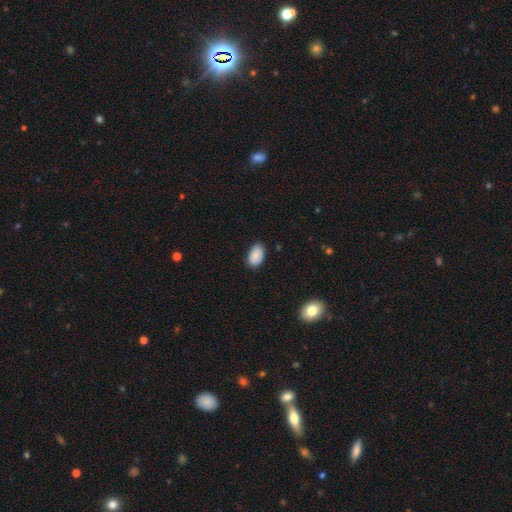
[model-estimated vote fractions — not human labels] A smooth galaxy with no disk features (86%) that is in between round and cigar-shaped (91%). Merging: none (80%).